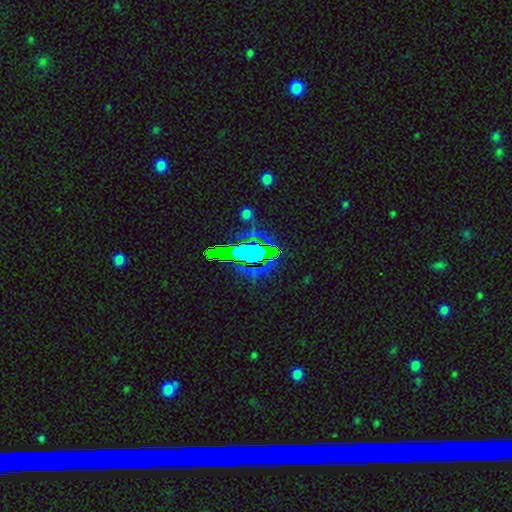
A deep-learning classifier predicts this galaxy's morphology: A star or artifact, not a galaxy (73%).

Vote fractions:
- Smooth or featured? star or artifact: 73% / featured or disk: 14% / smooth: 13%